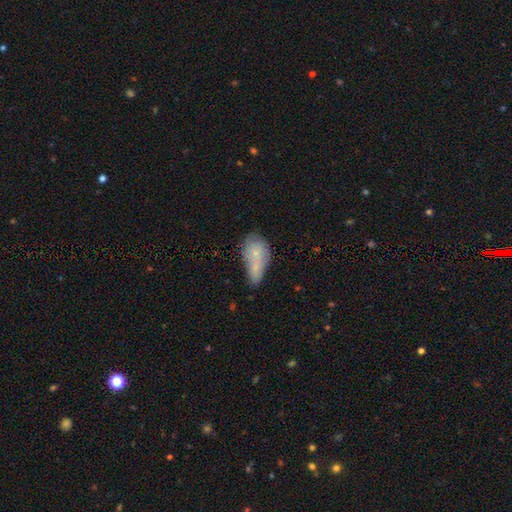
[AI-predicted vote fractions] This appears to be a smooth galaxy with no disk features (68%) that is in between round and cigar-shaped (80%). Merging: merger (40%).